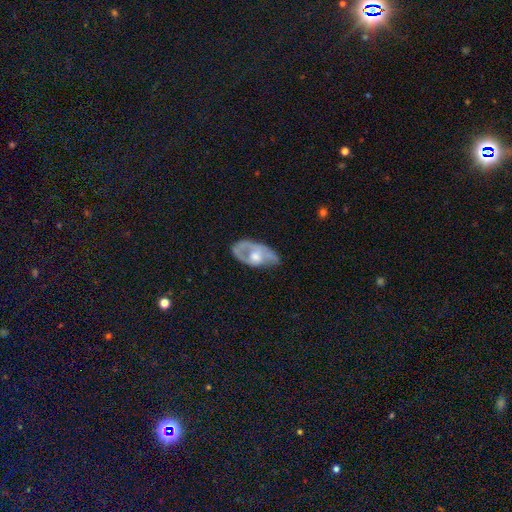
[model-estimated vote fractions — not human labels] A featured or disk galaxy (59%) with no bar (82%), no spiral arms (63%) and a moderate central bulge (63%). Merging: none (40%).